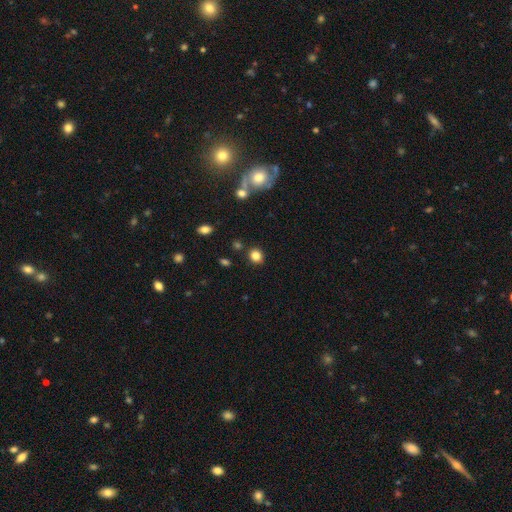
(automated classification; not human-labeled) Smooth or featured: smooth — 82% (star or artifact — 12%)
How rounded: round — 78% (in between — 21%)
Merging: none — 85% (minor disturbance — 8%)